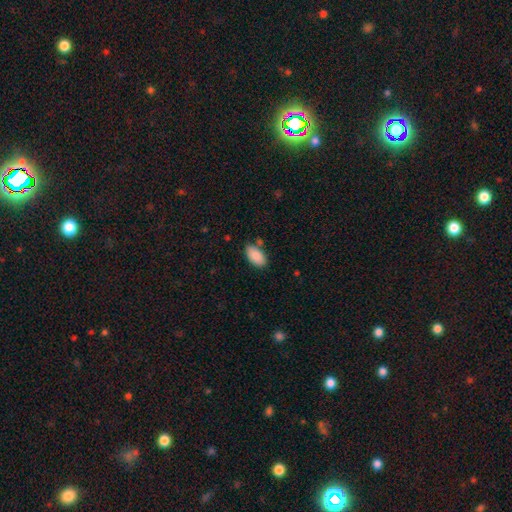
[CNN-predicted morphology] type=smooth (88%); roundness=in between (95%); merging=none (76%).